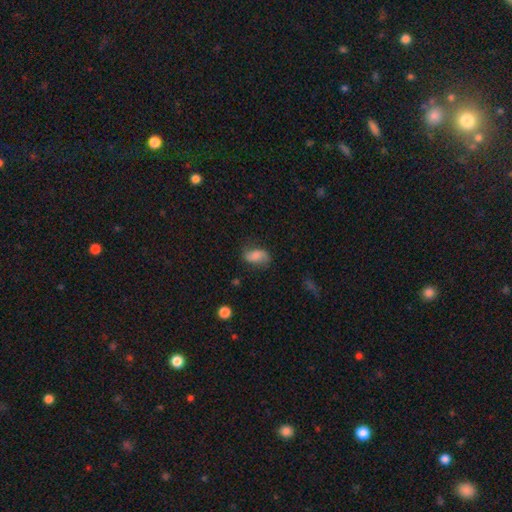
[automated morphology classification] type=smooth (56%); roundness=in between (87%); merging=none (65%).